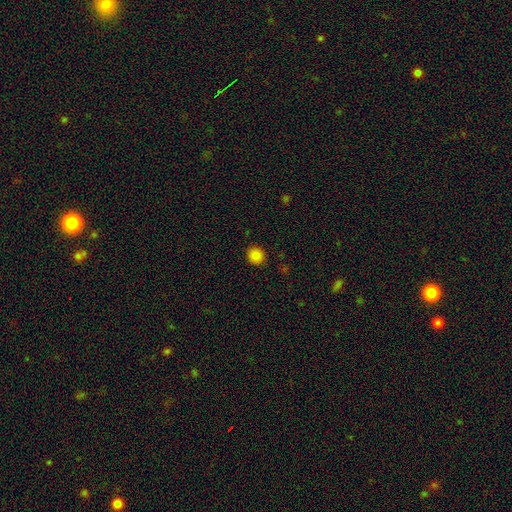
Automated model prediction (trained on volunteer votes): Morphology: type=smooth (84%); roundness=round (88%); merging=none (91%).